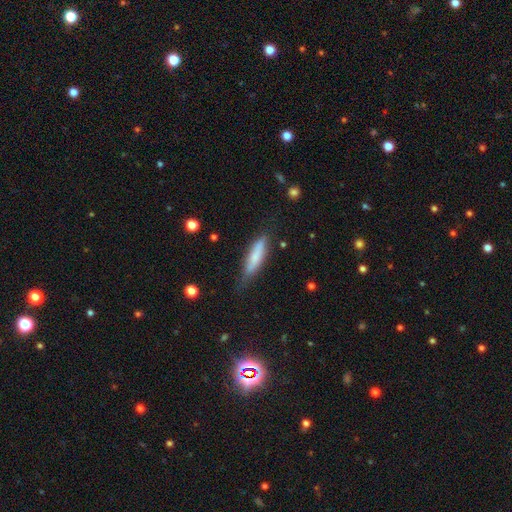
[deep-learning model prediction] Q: Smooth or featured?
A: smooth (67%); runner-up: featured or disk (26%)
Q: How rounded?
A: cigar-shaped (75%); runner-up: in between (23%)
Q: Merging?
A: none (67%); runner-up: minor disturbance (25%)